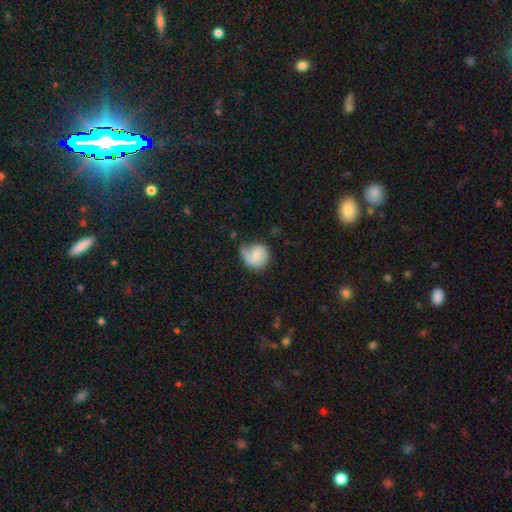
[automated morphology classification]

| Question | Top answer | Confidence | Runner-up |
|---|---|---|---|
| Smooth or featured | smooth | 48% | featured or disk (45%) |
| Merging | none | 41% | minor disturbance (35%) |